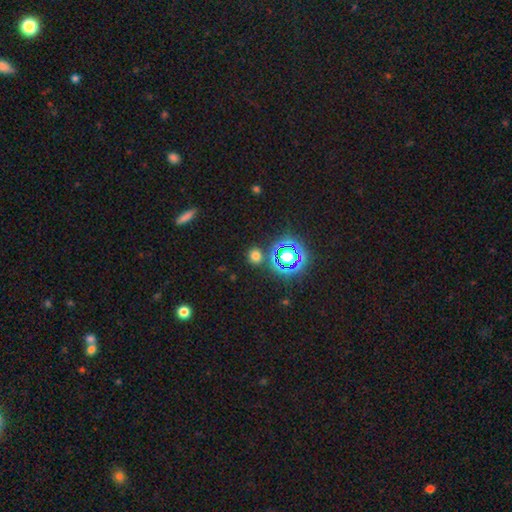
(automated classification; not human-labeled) Q: Smooth or featured?
A: smooth (64%); runner-up: star or artifact (30%)
Q: How rounded?
A: round (83%); runner-up: in between (16%)
Q: Merging?
A: none (83%); runner-up: minor disturbance (8%)